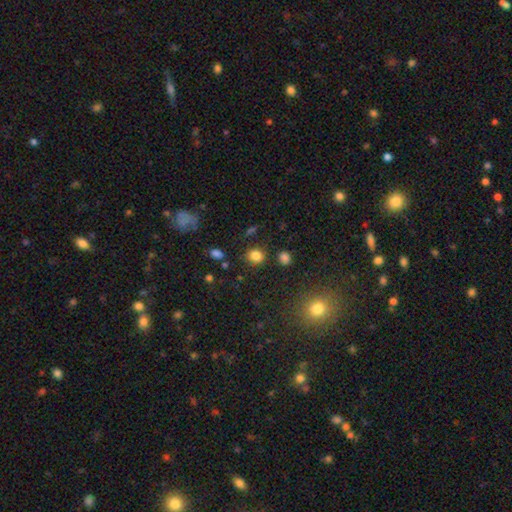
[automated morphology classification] smooth-or-featured: smooth: 82% | star or artifact: 12% | featured or disk: 6%
  how-rounded: round: 71% | in between: 28% | cigar-shaped: 1%
  merging: none: 81% | minor disturbance: 11% | merger: 4% | major disturbance: 3%